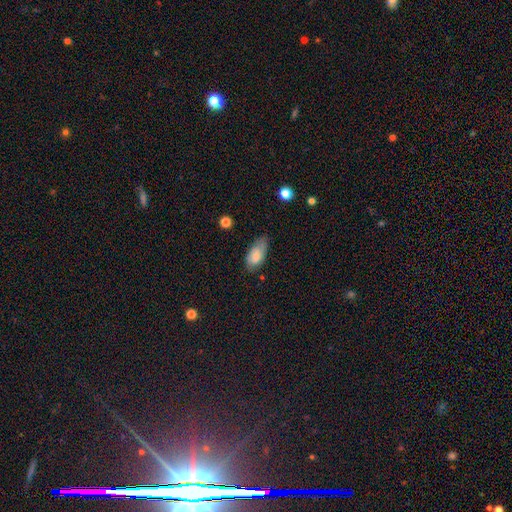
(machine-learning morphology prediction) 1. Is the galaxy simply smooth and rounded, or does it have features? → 81% smooth, 12% featured or disk, 7% star or artifact.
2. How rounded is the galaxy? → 90% in between, 7% cigar-shaped, 3% round.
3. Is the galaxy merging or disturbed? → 59% none, 32% minor disturbance, 7% major disturbance, 2% merger.